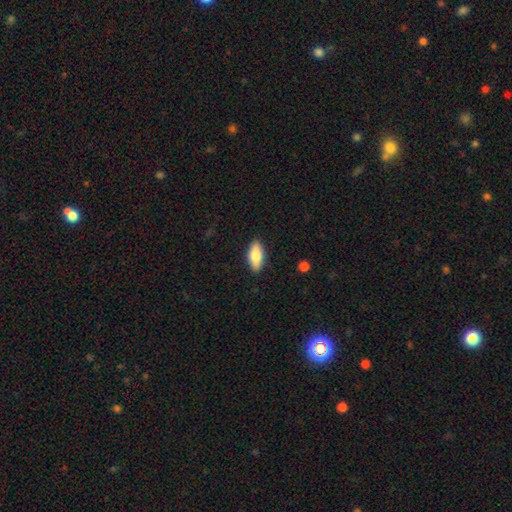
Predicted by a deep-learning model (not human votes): The model was most divided on "smooth or featured": smooth: 73%, featured or disk: 21%, star or artifact: 6%. More confident: merging — none (89%); how rounded — in between (81%).